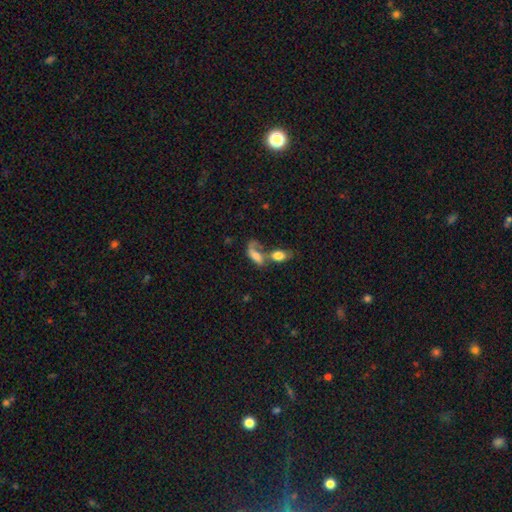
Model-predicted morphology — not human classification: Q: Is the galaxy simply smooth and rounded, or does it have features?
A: smooth — 61%.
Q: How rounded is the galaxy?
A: in between — 82%.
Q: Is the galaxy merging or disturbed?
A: merger — 62%.